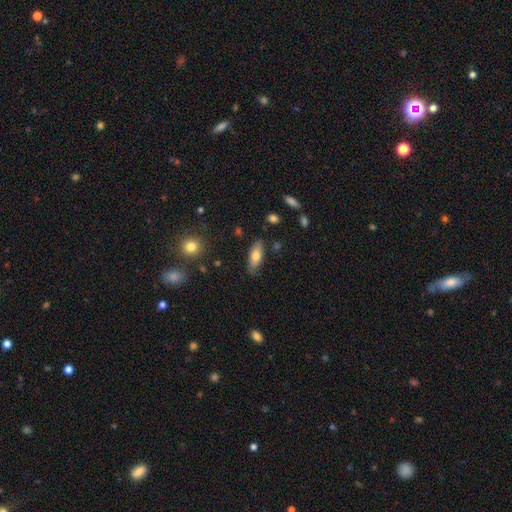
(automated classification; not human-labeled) Overall: smooth (72%). How rounded: in between (69%; cigar-shaped 29%). Merging: none (83%).